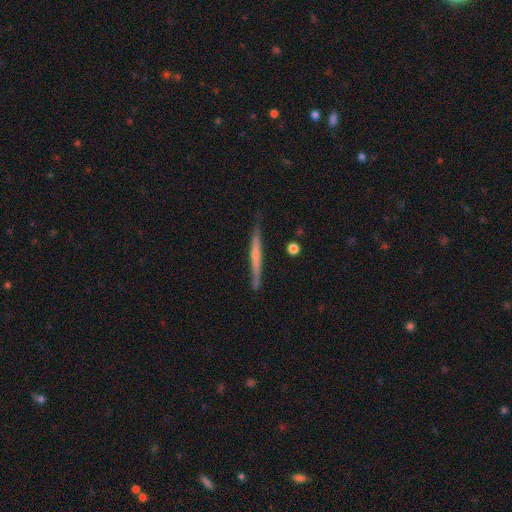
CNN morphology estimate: A featured or disk galaxy (54%) viewed edge-on (95%) with no central bulge (65%). Merging: none (81%).